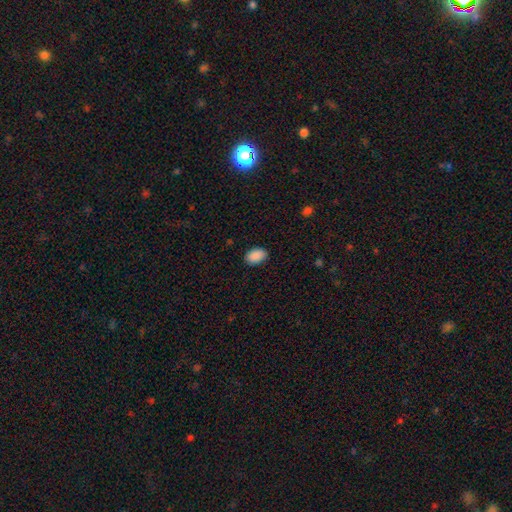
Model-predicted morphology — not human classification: Smooth or featured? smooth (90%)
How rounded? in between (87%)
Merging? none (87%)